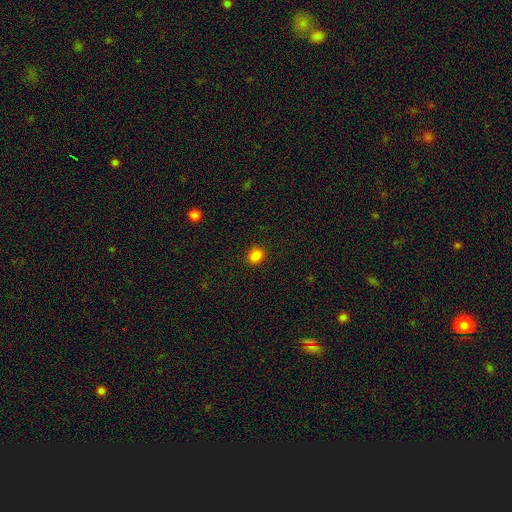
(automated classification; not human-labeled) A smooth galaxy with no disk features (85%) that is round (67%).

Vote fractions:
- Smooth or featured? smooth: 85% / star or artifact: 12% / featured or disk: 3%
- How rounded? round: 67% / in between: 32% / cigar-shaped: 1%
- Merging? none: 91% / minor disturbance: 6% / major disturbance: 2% / merger: 1%